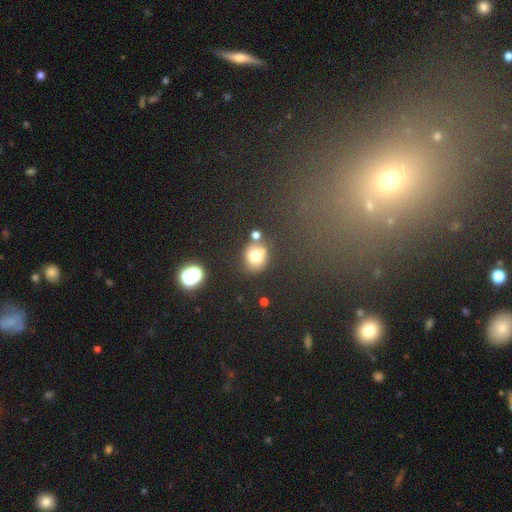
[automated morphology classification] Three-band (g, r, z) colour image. It shows a smooth galaxy with no disk features (74%) that is round (74%). Merging: none (64%).